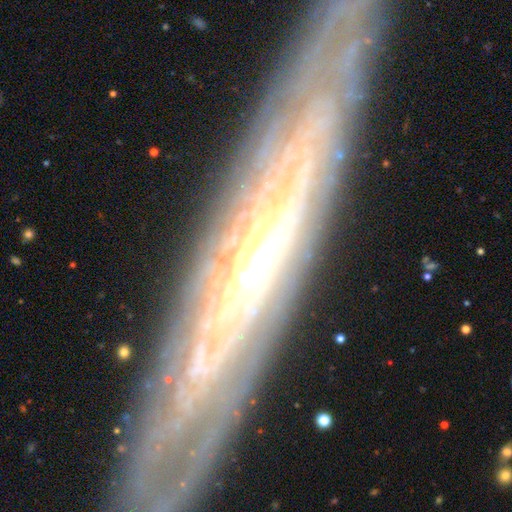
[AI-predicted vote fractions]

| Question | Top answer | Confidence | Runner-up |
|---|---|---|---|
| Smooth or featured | featured or disk | 79% | smooth (12%) |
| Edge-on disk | yes | 62% | no (38%) |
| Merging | none | 85% | minor disturbance (11%) |